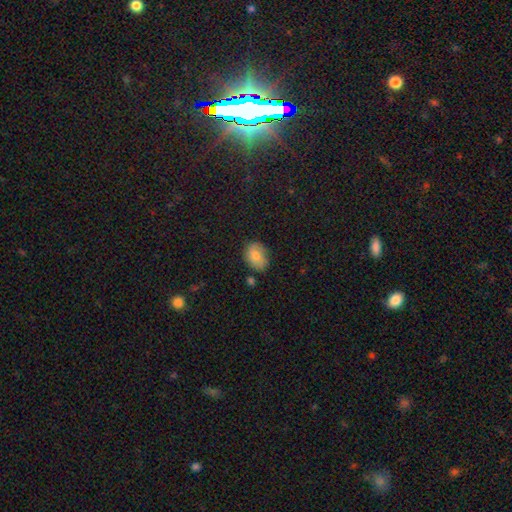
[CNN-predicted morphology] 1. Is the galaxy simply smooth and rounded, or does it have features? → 77% smooth, 15% featured or disk, 9% star or artifact.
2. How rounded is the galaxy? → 73% in between, 26% round, 1% cigar-shaped.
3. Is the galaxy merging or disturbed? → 72% none, 21% minor disturbance, 4% major disturbance, 3% merger.